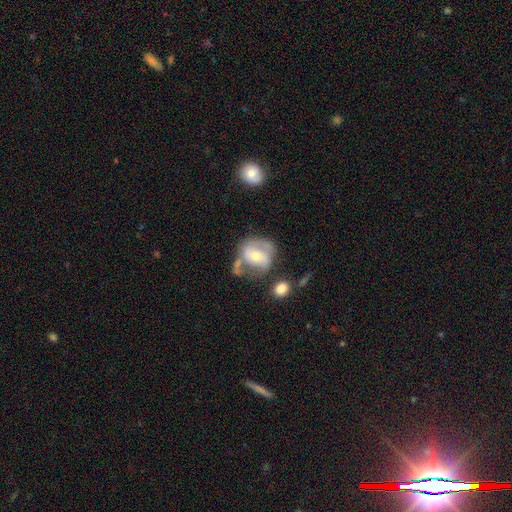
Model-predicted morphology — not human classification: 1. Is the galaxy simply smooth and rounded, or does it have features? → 63% featured or disk, 30% smooth, 7% star or artifact.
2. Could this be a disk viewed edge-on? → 96% no, 4% yes.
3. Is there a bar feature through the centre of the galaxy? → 40% no, 36% weak, 24% strong.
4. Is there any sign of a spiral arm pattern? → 65% yes, 35% no.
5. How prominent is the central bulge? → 61% moderate, 32% small, 4% large, 2% none, 1% dominant.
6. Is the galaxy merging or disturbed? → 42% none, 24% minor disturbance, 19% major disturbance, 15% merger.